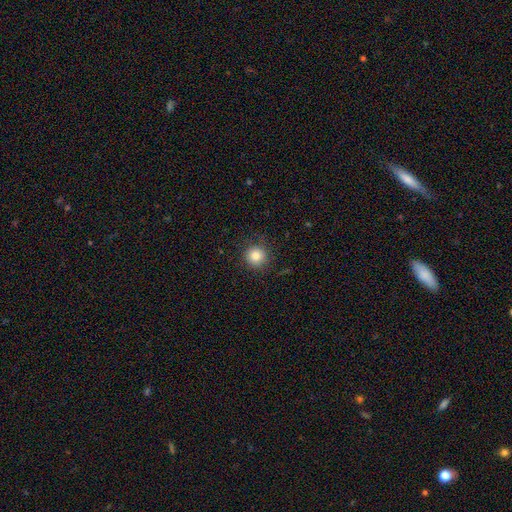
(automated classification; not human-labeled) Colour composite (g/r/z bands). It shows a smooth galaxy with no disk features (83%) that is round (94%). Merging: none (87%).